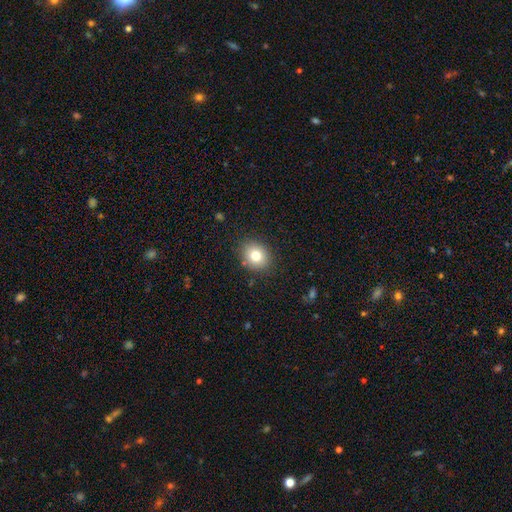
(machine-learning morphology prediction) Smooth or featured?
  - smooth: 79% *
  - star or artifact: 11%
  - featured or disk: 10%
How rounded?
  - round: 65% *
  - in between: 34%
  - cigar-shaped: 1%
Merging?
  - none: 87% *
  - minor disturbance: 9%
  - major disturbance: 3%
  - merger: 1%